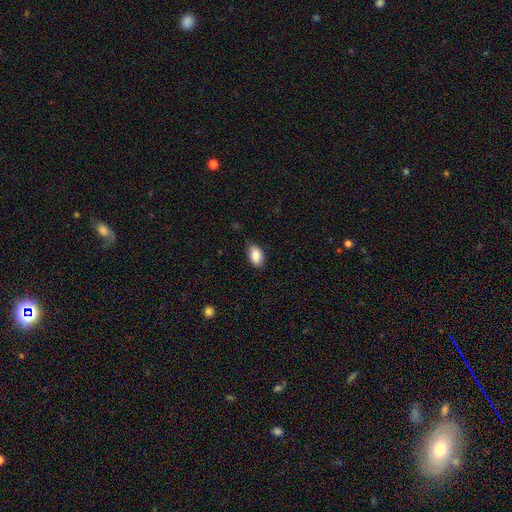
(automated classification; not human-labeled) A smooth galaxy with no disk features (88%) that is in between round and cigar-shaped (92%). Merging: none (83%).